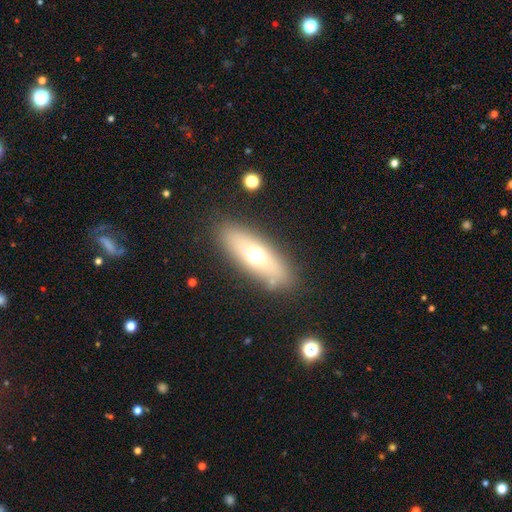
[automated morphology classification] This appears to be a smooth galaxy with no disk features (57%) that is in between round and cigar-shaped (59%). Merging: none (84%).